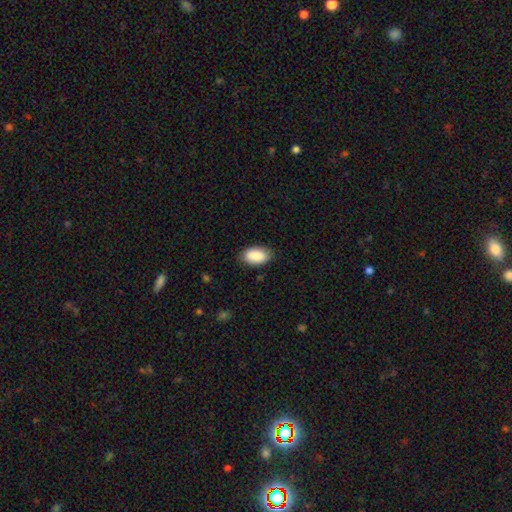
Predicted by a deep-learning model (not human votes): smooth_or_featured: smooth (p=0.89) [alt: star or artifact p=0.06]
how_rounded: in between (p=0.94) [alt: round p=0.04]
merging: none (p=0.83) [alt: minor disturbance p=0.14]